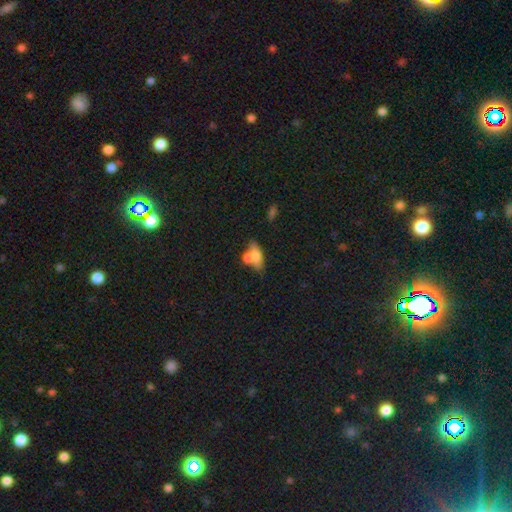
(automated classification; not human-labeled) This is likely a smooth galaxy (62%). How rounded: likely in between (70%). Merging: marginally merger (42%).